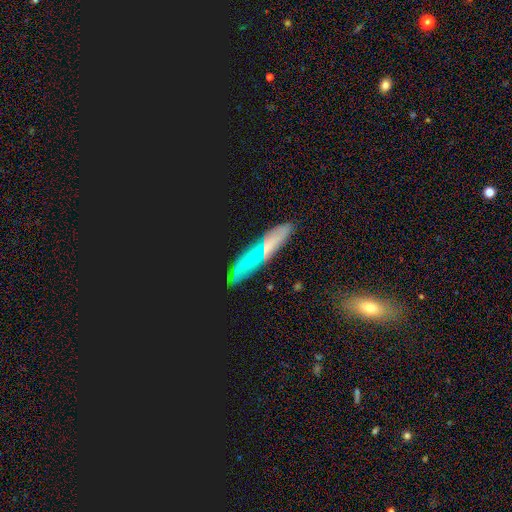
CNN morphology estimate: This appears to be a smooth galaxy with no disk features (39%). Merging: none (74%).